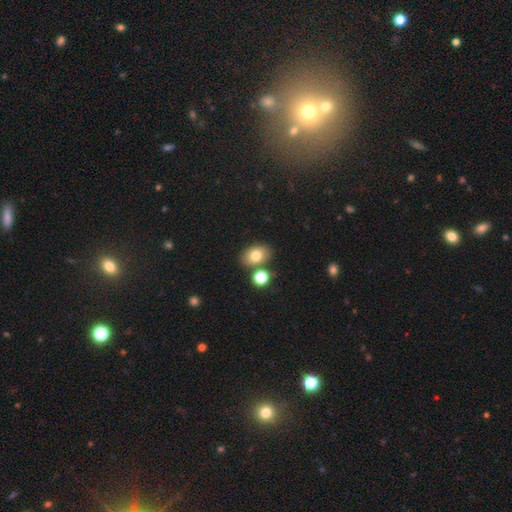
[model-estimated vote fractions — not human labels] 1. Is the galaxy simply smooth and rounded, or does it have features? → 77% smooth, 12% featured or disk, 11% star or artifact.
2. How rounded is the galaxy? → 76% in between, 23% round, 1% cigar-shaped.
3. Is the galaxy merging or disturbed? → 74% none, 13% merger, 10% minor disturbance, 3% major disturbance.